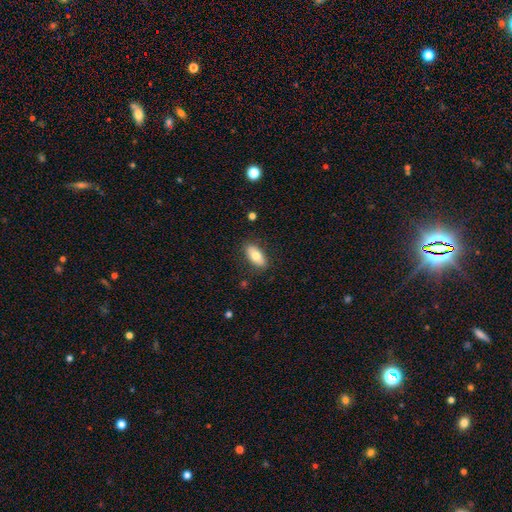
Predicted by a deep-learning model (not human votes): Smooth or featured: smooth — 74% (featured or disk — 19%)
How rounded: in between — 87% (cigar-shaped — 10%)
Merging: none — 84% (minor disturbance — 12%)